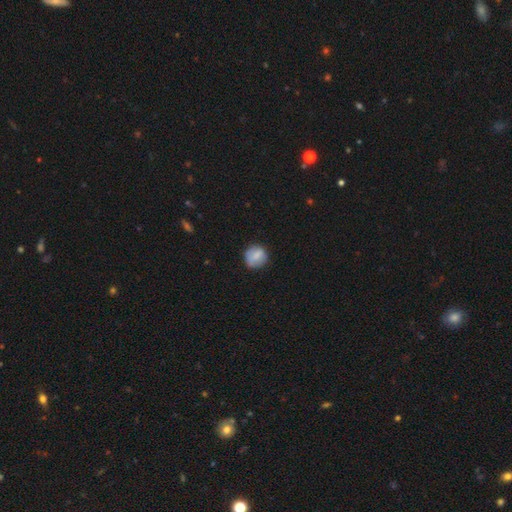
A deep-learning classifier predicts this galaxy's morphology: Smooth or featured? smooth (75%)
How rounded? round (84%)
Merging? none (79%)